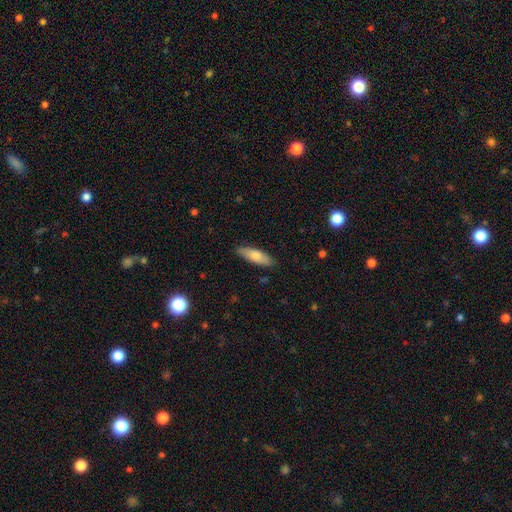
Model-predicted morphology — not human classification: This is likely a smooth galaxy (75%). How rounded: possibly in between (52%). Merging: clearly none (86%).